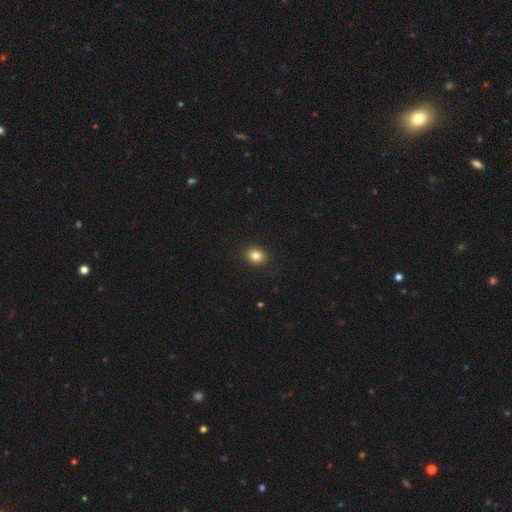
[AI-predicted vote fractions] Q: Smooth or featured?
A: smooth (83%); runner-up: star or artifact (11%)
Q: How rounded?
A: round (59%); runner-up: in between (40%)
Q: Merging?
A: none (89%); runner-up: minor disturbance (8%)